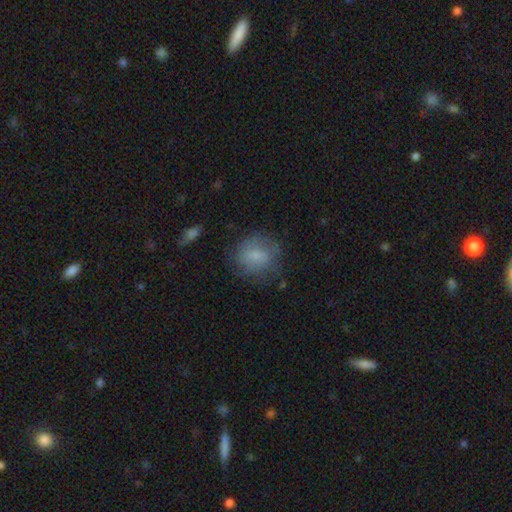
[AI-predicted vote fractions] smooth_or_featured: smooth (p=0.71) [alt: featured or disk p=0.20]
how_rounded: round (p=0.73) [alt: in between p=0.25]
merging: none (p=0.68) [alt: minor disturbance p=0.20]